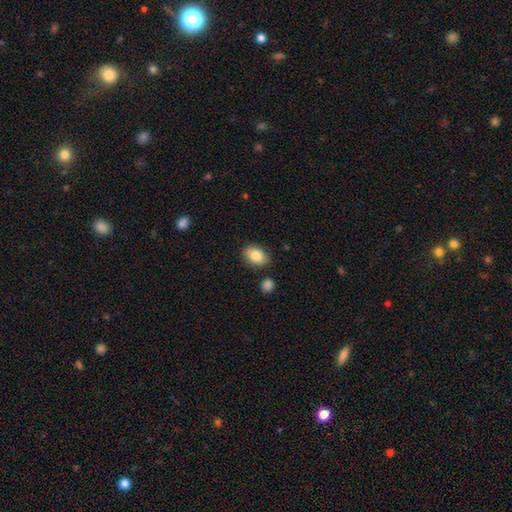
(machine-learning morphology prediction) smooth_or_featured: smooth (p=0.84) [alt: featured or disk p=0.09]
how_rounded: in between (p=0.84) [alt: round p=0.15]
merging: none (p=0.84) [alt: minor disturbance p=0.11]